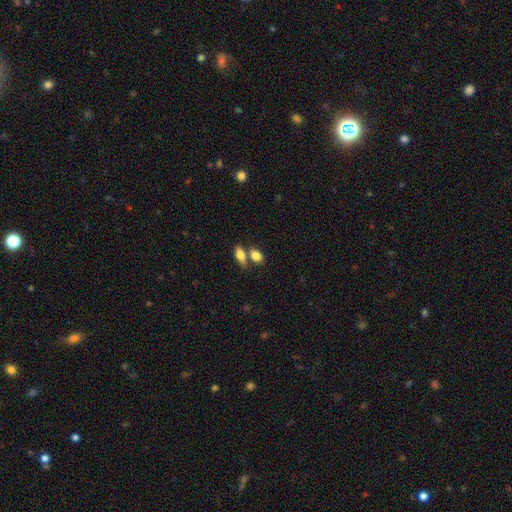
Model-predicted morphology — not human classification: This appears to be a smooth galaxy with no disk features (82%) that is in between round and cigar-shaped (84%). Merging: none (44%).